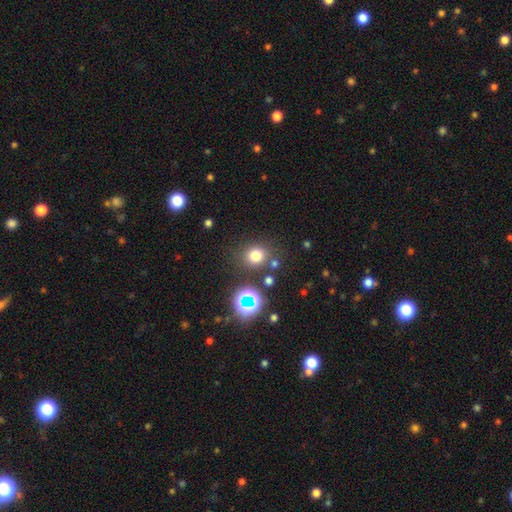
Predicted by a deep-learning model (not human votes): The model was most divided on "smooth or featured": smooth: 73%, star or artifact: 20%, featured or disk: 7%. More confident: how rounded — round (80%); merging — none (78%).